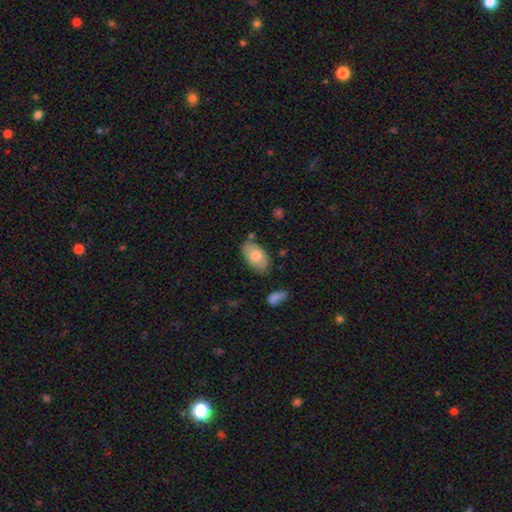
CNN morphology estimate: A smooth galaxy with no disk features (76%) that is in between round and cigar-shaped (93%). Merging: none (72%).